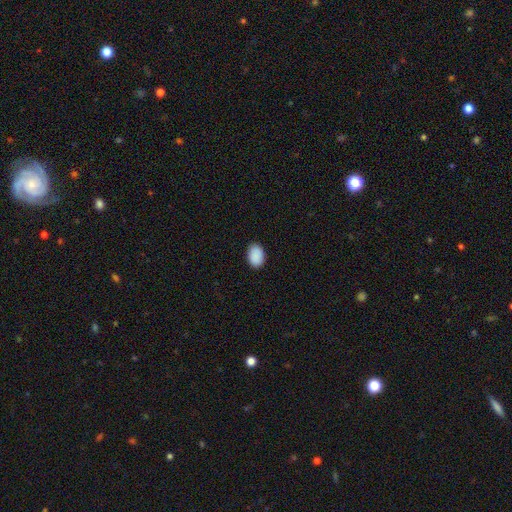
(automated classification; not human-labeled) Overall: smooth (91%). How rounded: in between (86%). Merging: none (88%).